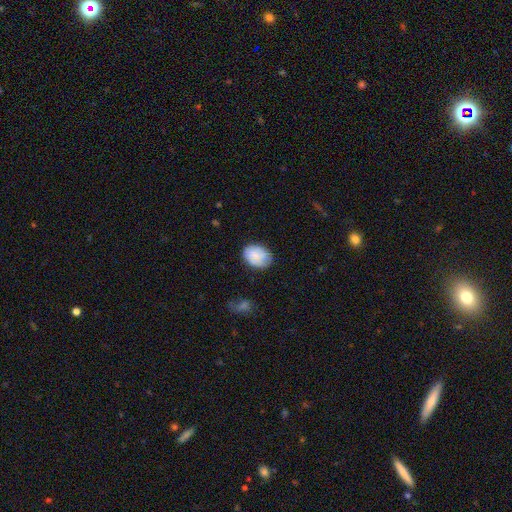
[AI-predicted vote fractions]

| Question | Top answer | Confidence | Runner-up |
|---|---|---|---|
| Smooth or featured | smooth | 68% | featured or disk (24%) |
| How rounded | in between | 69% | round (30%) |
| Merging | none | 69% | minor disturbance (23%) |